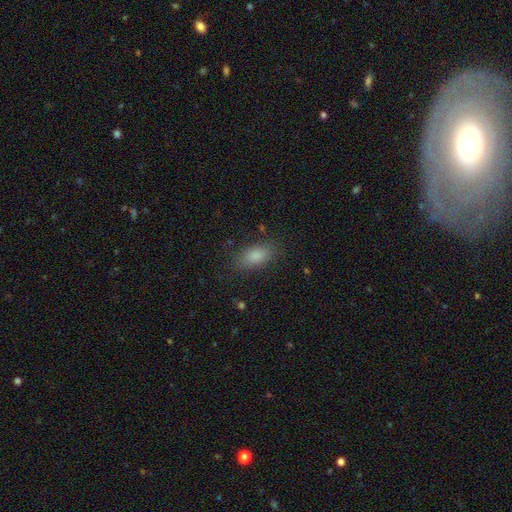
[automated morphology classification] A smooth galaxy with no disk features (84%) that is in between round and cigar-shaped (88%).

Vote fractions:
- Smooth or featured? smooth: 84% / star or artifact: 9% / featured or disk: 7%
- How rounded? in between: 88% / cigar-shaped: 7% / round: 5%
- Merging? none: 83% / minor disturbance: 12% / major disturbance: 4% / merger: 1%